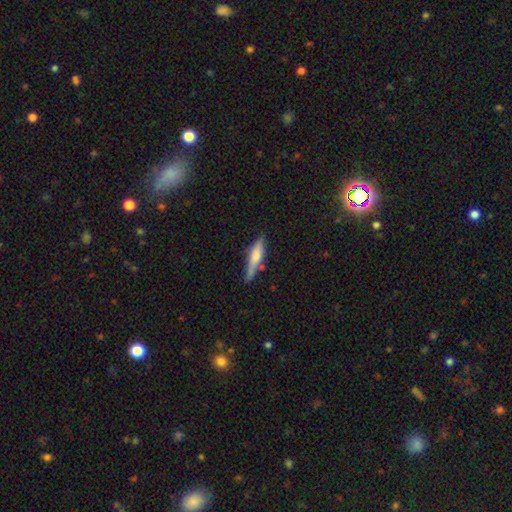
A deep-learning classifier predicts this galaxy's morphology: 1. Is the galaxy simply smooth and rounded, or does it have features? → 60% smooth, 34% featured or disk, 6% star or artifact.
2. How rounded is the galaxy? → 75% cigar-shaped, 23% in between, 2% round.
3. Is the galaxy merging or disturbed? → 71% none, 20% minor disturbance, 5% merger, 4% major disturbance.